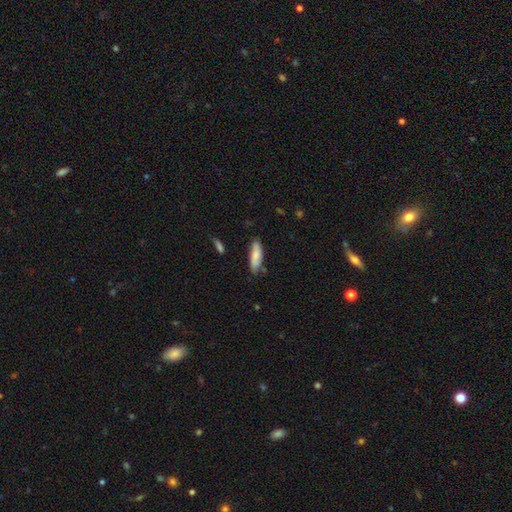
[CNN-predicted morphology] Smooth or featured? Predicted: smooth (p=0.79). How rounded? Predicted: in between (p=0.50). Merging? Predicted: none (p=0.74).